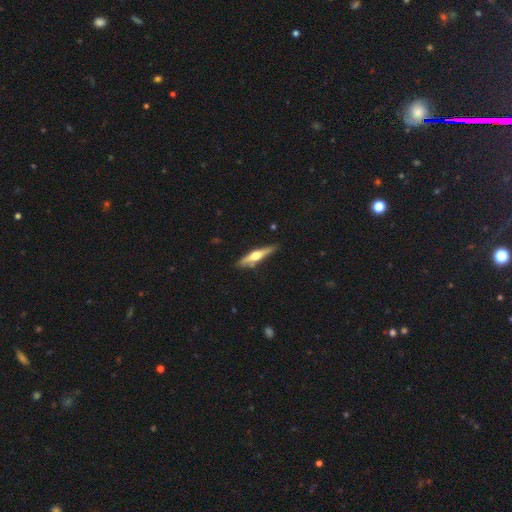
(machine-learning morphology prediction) The model was most divided on "smooth or featured": featured or disk: 61%, smooth: 34%, star or artifact: 5%. More confident: edge-on disk — yes (95%); edge-on bulge — rounded (93%); merging — none (82%).